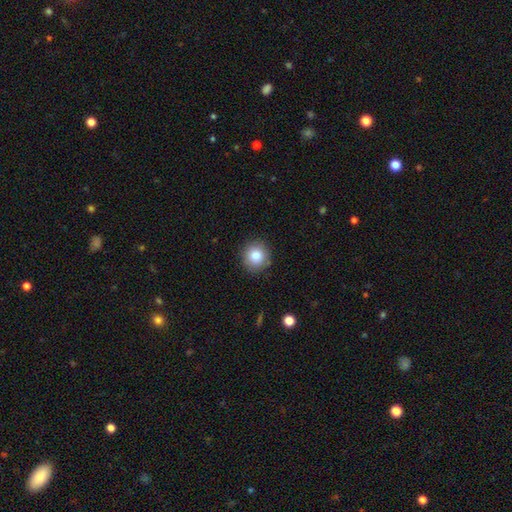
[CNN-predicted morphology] smooth_or_featured: smooth (p=0.83) [alt: star or artifact p=0.10]
how_rounded: round (p=0.93) [alt: in between p=0.06]
merging: none (p=0.89) [alt: minor disturbance p=0.08]